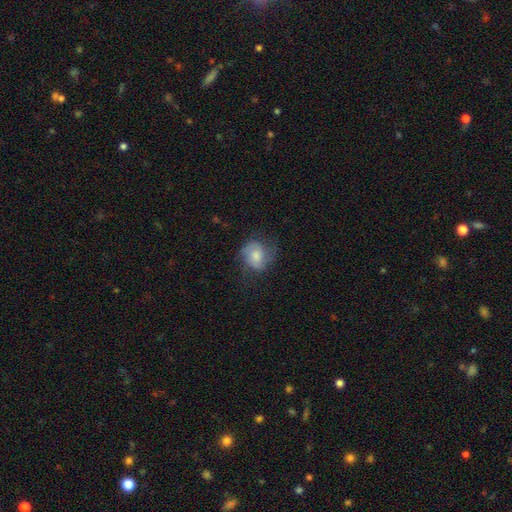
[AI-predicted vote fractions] smooth_or_featured: smooth (p=0.54) [alt: featured or disk p=0.37]
how_rounded: round (p=0.60) [alt: in between p=0.38]
merging: none (p=0.56) [alt: minor disturbance p=0.26]